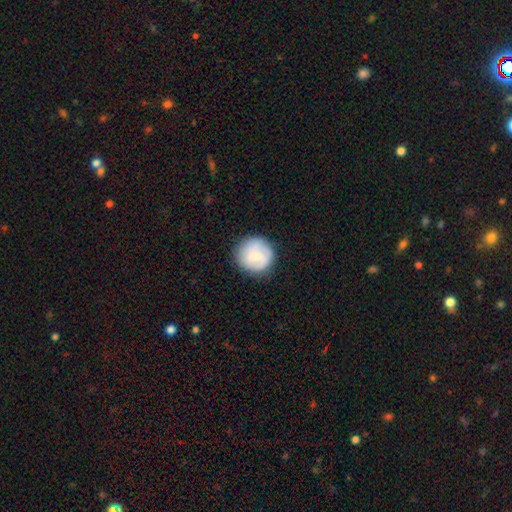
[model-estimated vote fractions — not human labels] Overall: smooth (67%). How rounded: round (93%). Merging: none (79%).